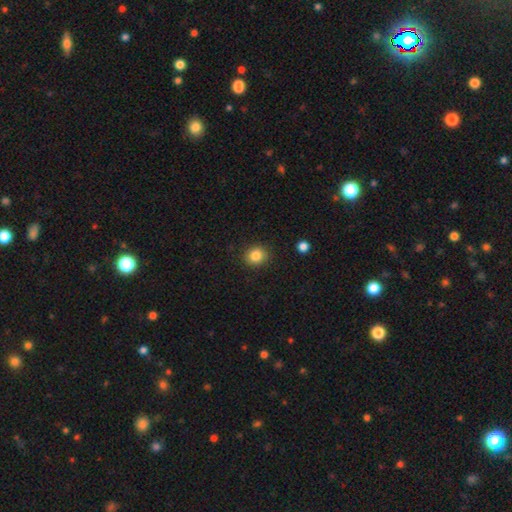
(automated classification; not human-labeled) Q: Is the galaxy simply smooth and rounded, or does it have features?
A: smooth — 84%.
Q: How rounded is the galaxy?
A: round — 81%.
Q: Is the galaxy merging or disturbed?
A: none — 89%.